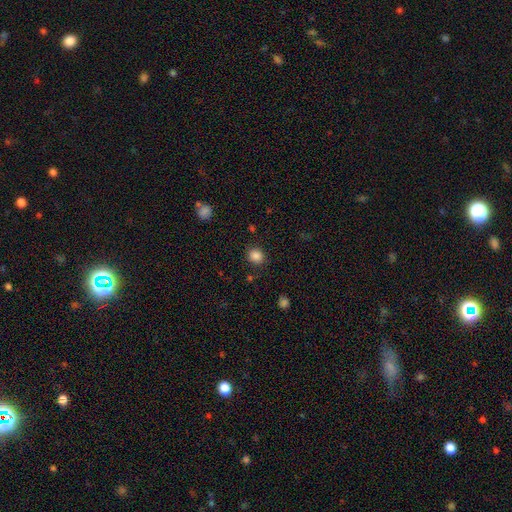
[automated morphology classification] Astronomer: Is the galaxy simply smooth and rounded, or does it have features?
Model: smooth — 86%.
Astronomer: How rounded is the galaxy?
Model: round — 79%.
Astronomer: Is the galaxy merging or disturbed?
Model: none — 87%.